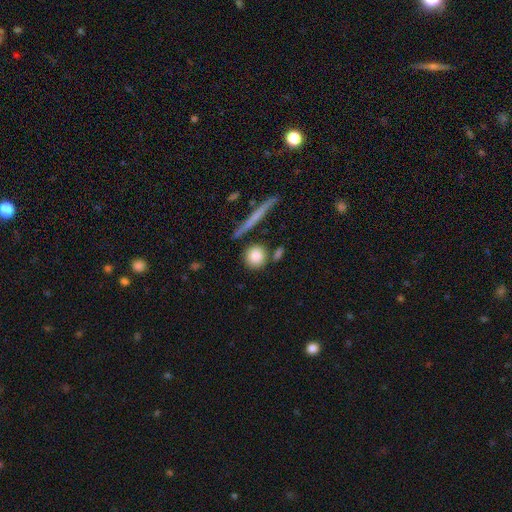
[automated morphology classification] This appears to be a smooth galaxy with no disk features (83%) that is round (86%). Merging: none (77%).